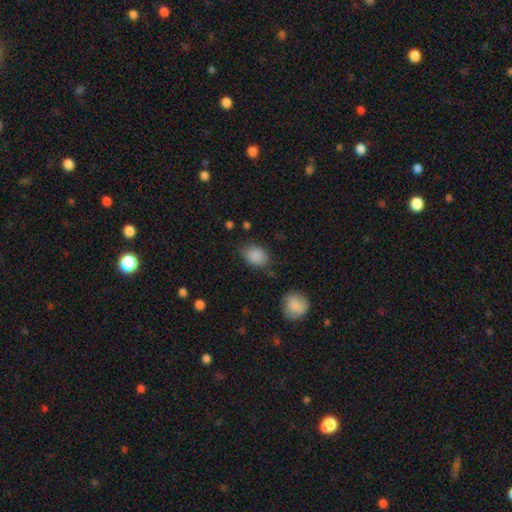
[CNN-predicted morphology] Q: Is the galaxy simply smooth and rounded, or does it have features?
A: smooth — 87%.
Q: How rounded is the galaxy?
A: in between — 70%.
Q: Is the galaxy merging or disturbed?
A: none — 71%.